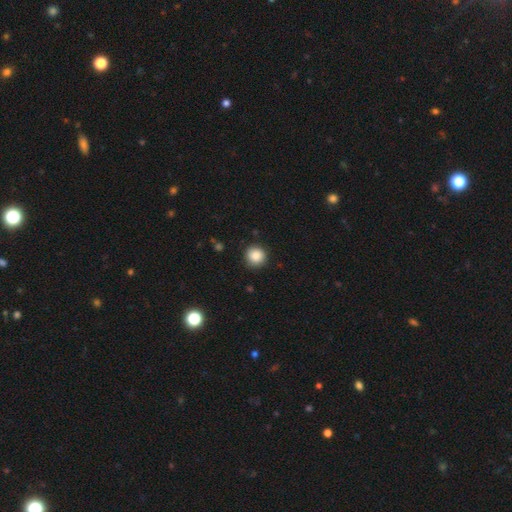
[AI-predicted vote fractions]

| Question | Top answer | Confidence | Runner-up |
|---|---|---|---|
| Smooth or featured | smooth | 87% | star or artifact (9%) |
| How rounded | round | 94% | in between (5%) |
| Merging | none | 89% | minor disturbance (8%) |